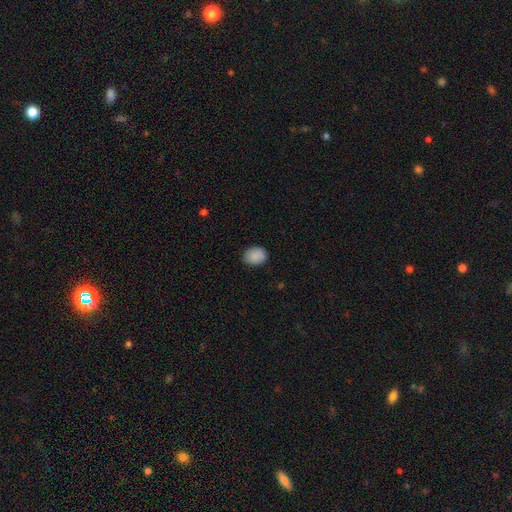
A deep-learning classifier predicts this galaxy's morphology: Smooth or featured: smooth — 88% (star or artifact — 8%)
How rounded: in between — 50% (round — 49%)
Merging: none — 83% (minor disturbance — 13%)